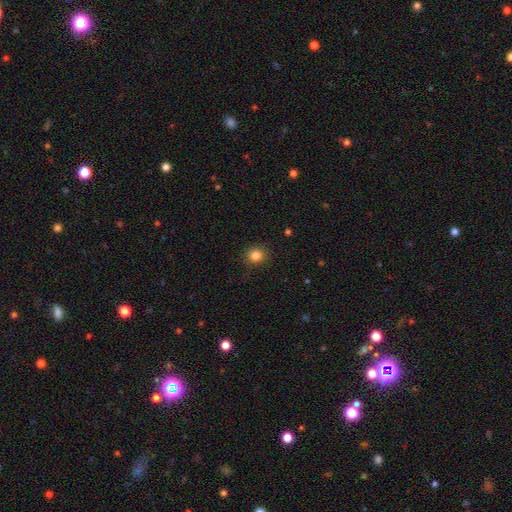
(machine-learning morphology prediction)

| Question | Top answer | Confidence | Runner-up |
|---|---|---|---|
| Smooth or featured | smooth | 84% | star or artifact (11%) |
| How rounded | round | 81% | in between (18%) |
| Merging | none | 86% | minor disturbance (10%) |